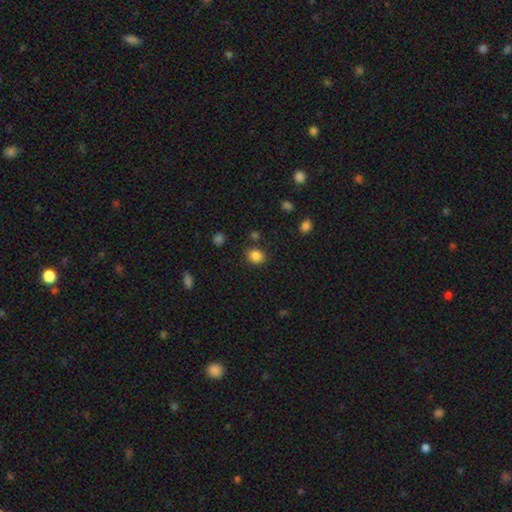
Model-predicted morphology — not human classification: smooth-or-featured: smooth: 85% | star or artifact: 11% | featured or disk: 5%
  how-rounded: round: 61% | in between: 39% | cigar-shaped: 1%
  merging: none: 83% | minor disturbance: 11% | merger: 4% | major disturbance: 3%